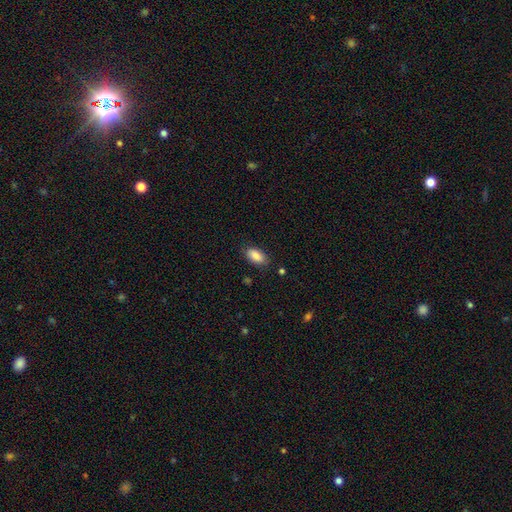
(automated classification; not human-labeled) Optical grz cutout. It shows a smooth galaxy with no disk features (88%) that is in between round and cigar-shaped (92%). Merging: none (83%).